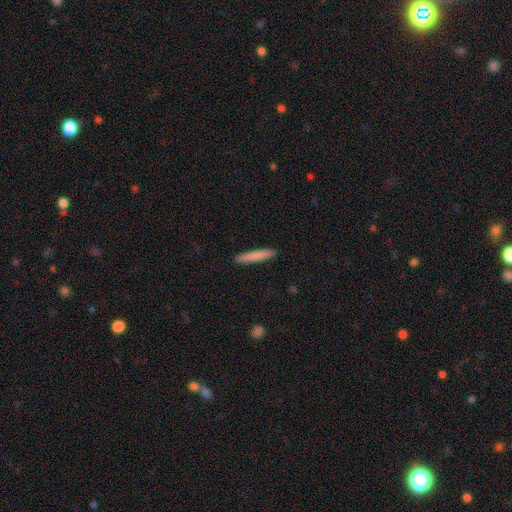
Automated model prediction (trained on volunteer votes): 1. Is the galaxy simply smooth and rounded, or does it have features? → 81% smooth, 13% featured or disk, 6% star or artifact.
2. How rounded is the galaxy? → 94% cigar-shaped, 5% in between, 1% round.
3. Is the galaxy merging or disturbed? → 92% none, 6% minor disturbance, 1% major disturbance, 1% merger.